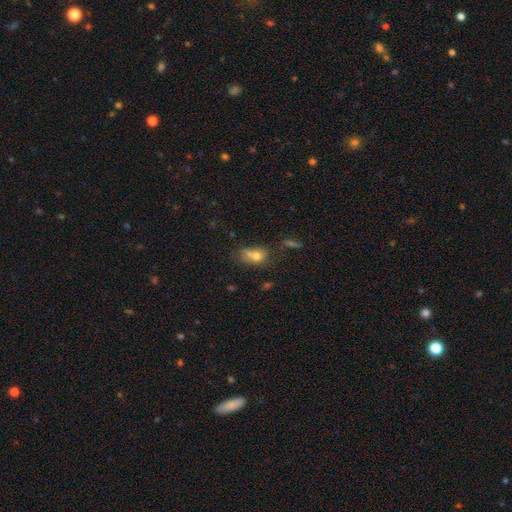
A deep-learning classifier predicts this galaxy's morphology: Smooth or featured? smooth (69%)
How rounded? in between (62%)
Merging? merger (44%)